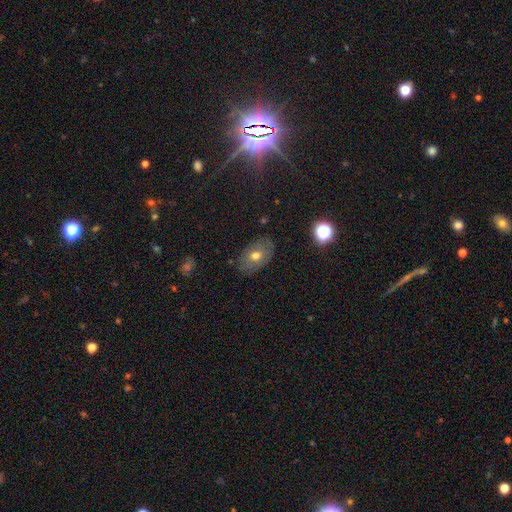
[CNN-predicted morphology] Smooth or featured?
  - smooth: 64% *
  - featured or disk: 26%
  - star or artifact: 11%
How rounded?
  - in between: 85% *
  - round: 14%
  - cigar-shaped: 1%
Merging?
  - none: 82% *
  - minor disturbance: 13%
  - major disturbance: 3%
  - merger: 1%